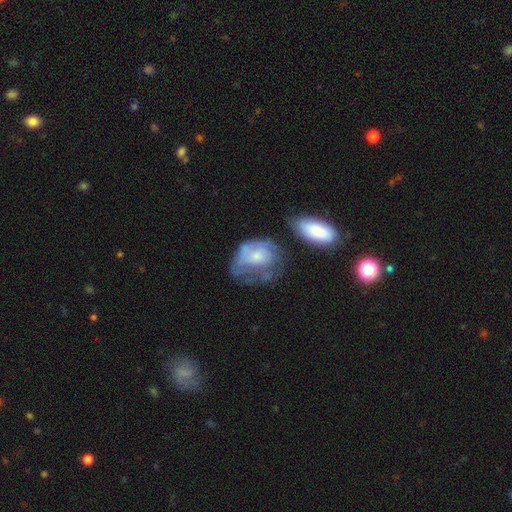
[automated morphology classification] Overall: featured or disk (49%; smooth 43%). Merging: major disturbance (32%; none 31%).